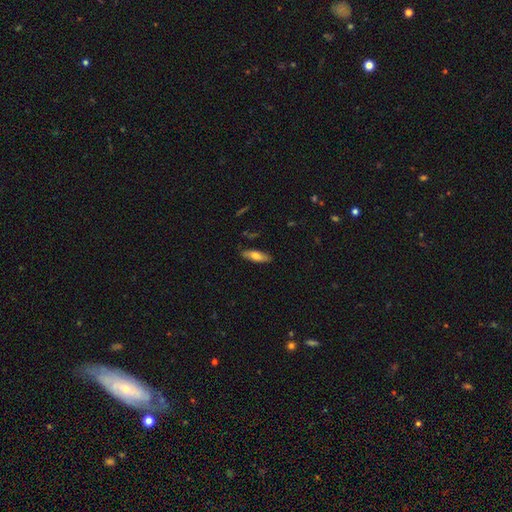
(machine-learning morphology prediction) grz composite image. It shows a smooth galaxy with no disk features (68%) that is in between round and cigar-shaped (55%). Merging: none (85%).